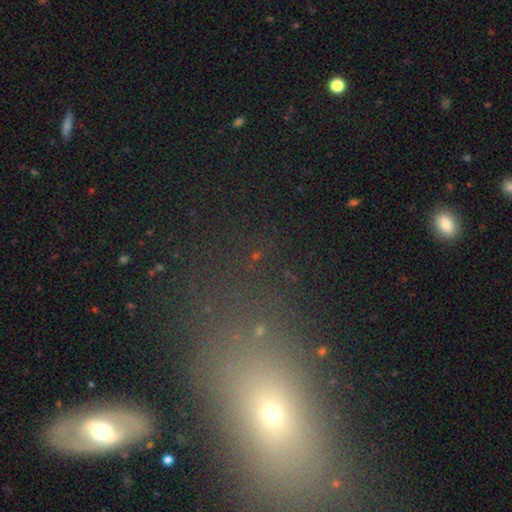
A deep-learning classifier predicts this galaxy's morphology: smooth_or_featured: star or artifact (p=0.48) [alt: smooth p=0.34]